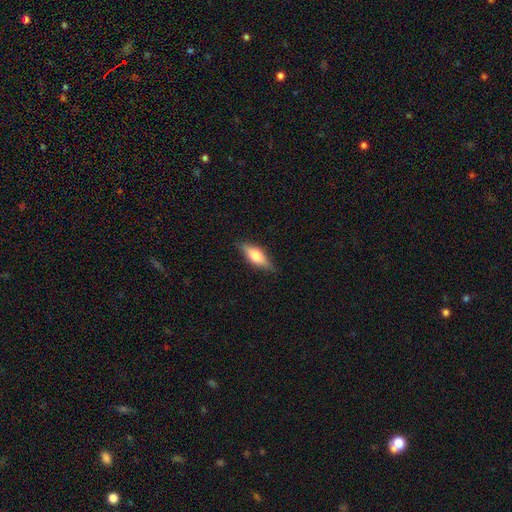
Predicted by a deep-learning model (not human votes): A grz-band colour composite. It shows a smooth galaxy with no disk features (52%) that is in between round and cigar-shaped (61%). Merging: none (83%).